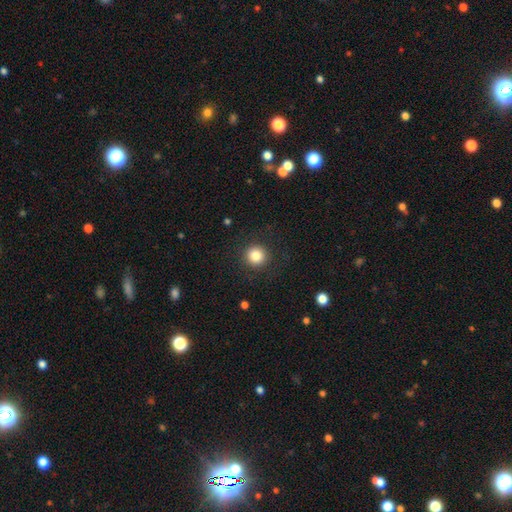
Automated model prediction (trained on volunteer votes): Smooth or featured? Predicted: smooth (p=0.84). How rounded? Predicted: round (p=0.94). Merging? Predicted: none (p=0.90).